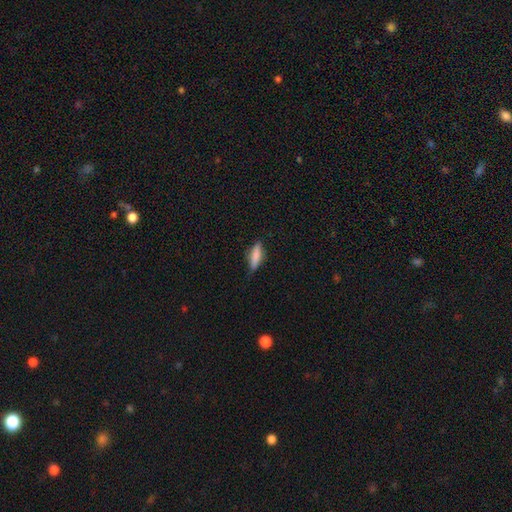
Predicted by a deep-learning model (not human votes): A smooth galaxy with no disk features (74%) that is cigar-shaped (65%).

Vote fractions:
- Smooth or featured? smooth: 74% / featured or disk: 19% / star or artifact: 7%
- How rounded? cigar-shaped: 65% / in between: 33% / round: 2%
- Merging? none: 75% / minor disturbance: 20% / major disturbance: 4% / merger: 1%